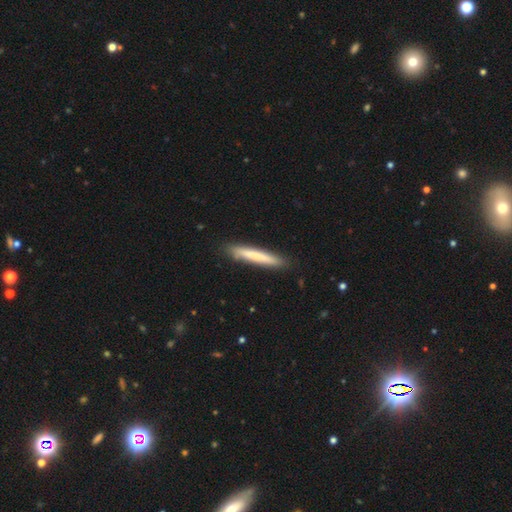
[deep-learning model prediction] This is likely a smooth galaxy (69%). How rounded: clearly cigar-shaped (95%). Merging: clearly none (87%).